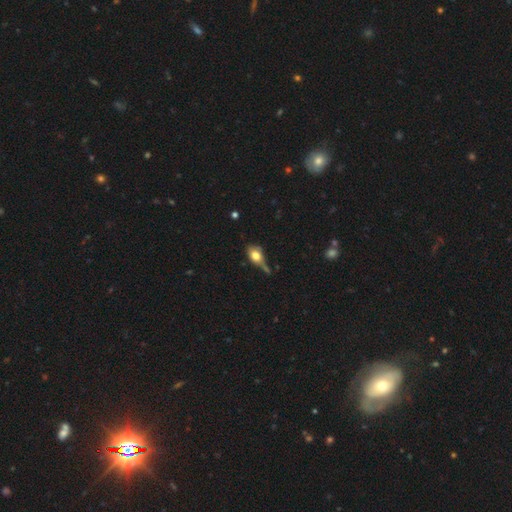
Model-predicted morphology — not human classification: The model was most divided on "merging": none: 34%, minor disturbance: 31%, major disturbance: 18%, merger: 16%. More confident: how rounded — in between (72%); smooth or featured — smooth (69%).